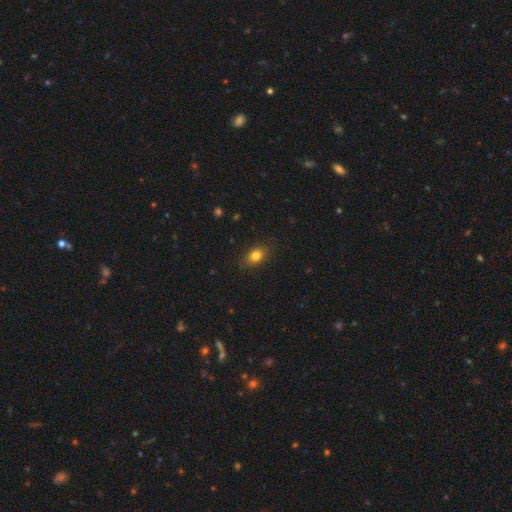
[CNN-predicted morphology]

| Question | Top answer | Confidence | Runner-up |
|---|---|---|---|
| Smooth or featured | smooth | 82% | star or artifact (11%) |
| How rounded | in between | 74% | round (25%) |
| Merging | none | 85% | minor disturbance (11%) |